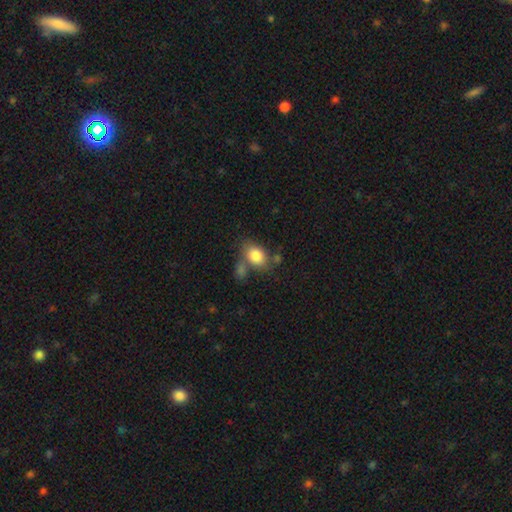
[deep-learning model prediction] Smooth or featured? Predicted: smooth (p=0.82). How rounded? Predicted: in between (p=0.75). Merging? Predicted: none (p=0.53).